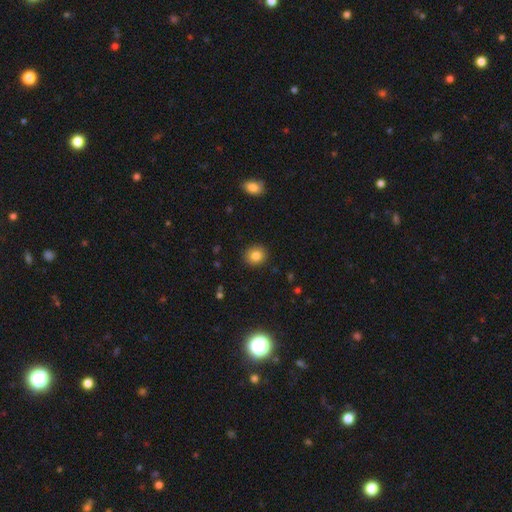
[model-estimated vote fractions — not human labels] smooth 82%, star or artifact 10%, featured or disk 8%. Down the decision tree: how rounded — round (81%); merging — none (90%).